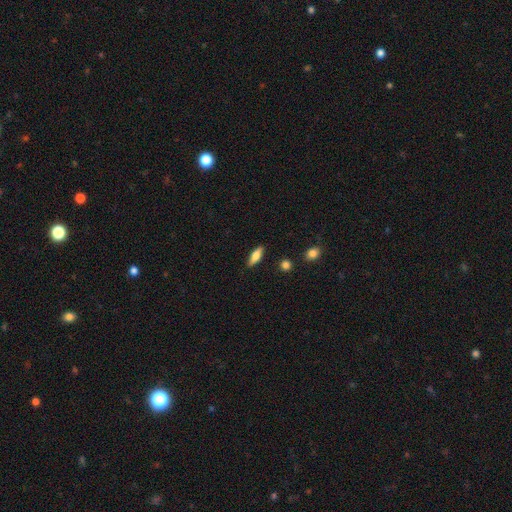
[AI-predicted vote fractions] smooth_or_featured: smooth (p=0.70) [alt: featured or disk p=0.23]
how_rounded: in between (p=0.55) [alt: cigar-shaped p=0.42]
merging: none (p=0.85) [alt: minor disturbance p=0.11]